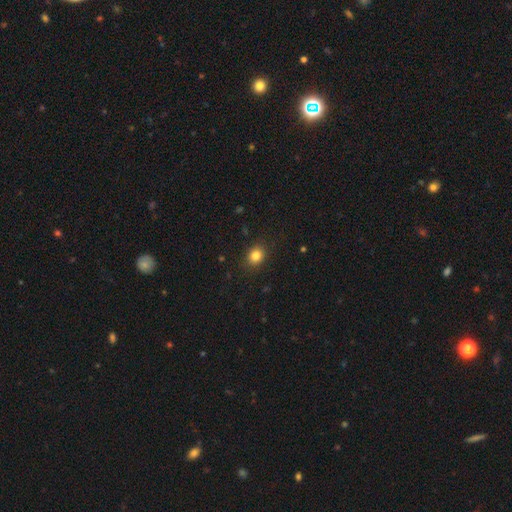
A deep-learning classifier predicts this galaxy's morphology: This appears to be a smooth galaxy with no disk features (84%) that is round (59%). Merging: none (87%).